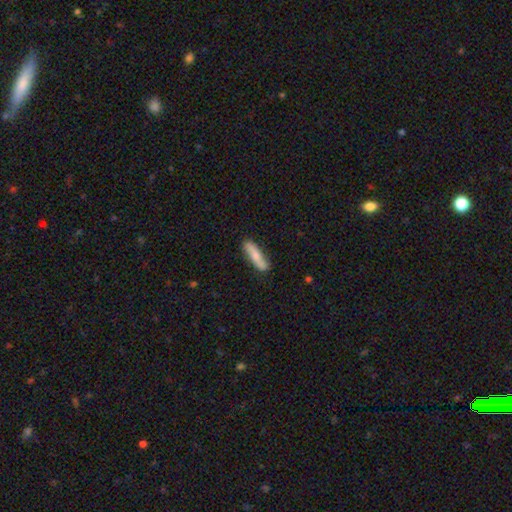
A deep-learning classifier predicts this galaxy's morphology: This is possibly a smooth galaxy (59%). How rounded: likely cigar-shaped (73%). Merging: clearly none (80%).